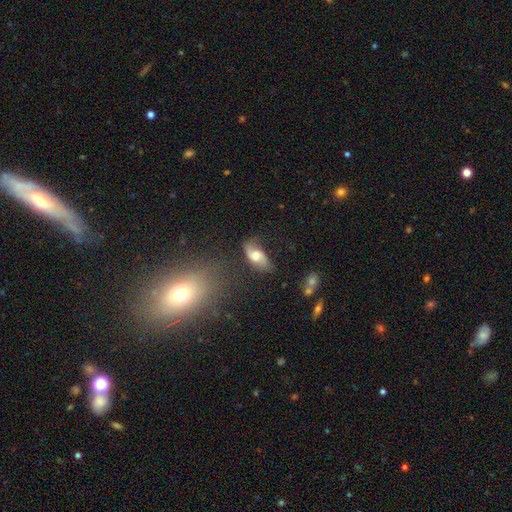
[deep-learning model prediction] featured or disk 61%, smooth 32%, star or artifact 8%. Down the decision tree: edge-on disk — no (92%); bar — no (60%); spiral arms — yes (87%); bulge size — moderate (56%); merging — none (59%).